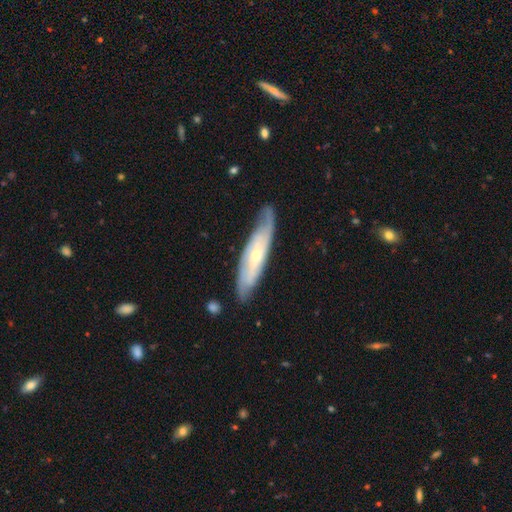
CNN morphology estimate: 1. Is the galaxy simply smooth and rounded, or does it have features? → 73% featured or disk, 21% smooth, 6% star or artifact.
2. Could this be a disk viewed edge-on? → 62% no, 38% yes.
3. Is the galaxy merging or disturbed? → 76% none, 18% minor disturbance, 4% major disturbance, 2% merger.